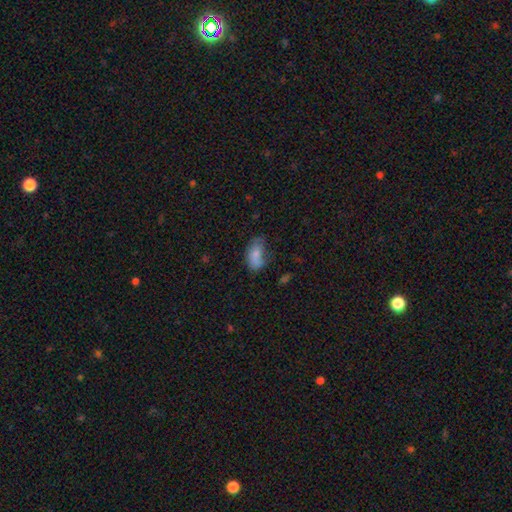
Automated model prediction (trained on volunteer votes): Overall: smooth (75%). How rounded: in between (91%). Merging: none (46%; minor disturbance 32%).